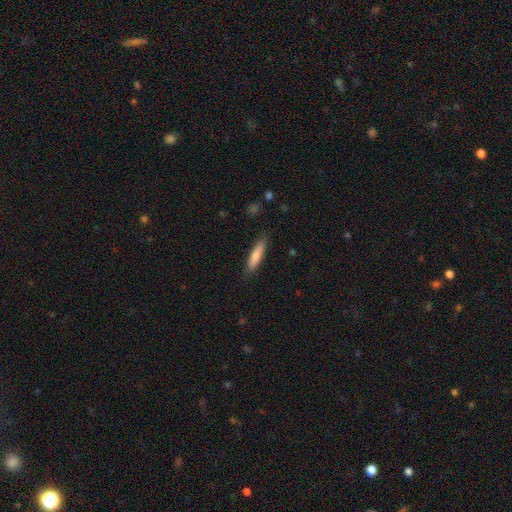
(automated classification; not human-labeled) Overall: smooth (80%). How rounded: cigar-shaped (79%). Merging: none (86%).